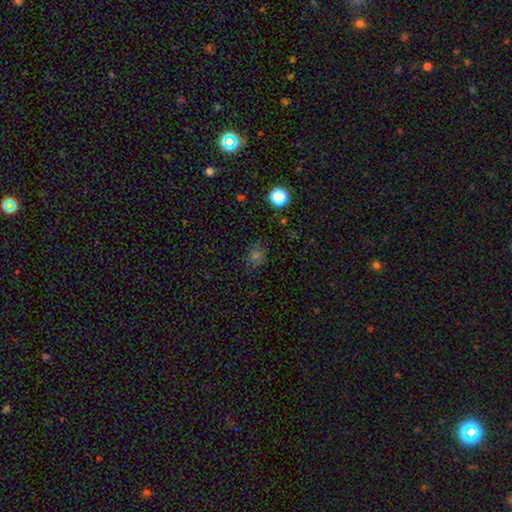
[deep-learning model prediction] A smooth galaxy with no disk features (62%) that is round (70%). Merging: none (81%).